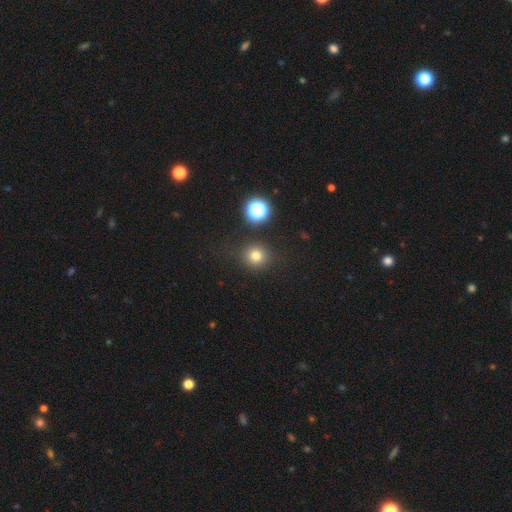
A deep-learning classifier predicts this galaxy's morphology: A smooth galaxy with no disk features (77%) that is round (92%).

Vote fractions:
- Smooth or featured? smooth: 77% / star or artifact: 16% / featured or disk: 6%
- How rounded? round: 92% / in between: 7% / cigar-shaped: 1%
- Merging? none: 87% / minor disturbance: 7% / major disturbance: 3% / merger: 3%